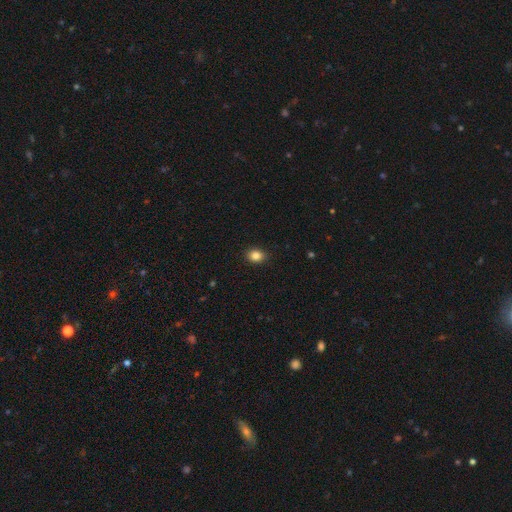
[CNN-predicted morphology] Smooth or featured? Predicted: smooth (p=0.85). How rounded? Predicted: in between (p=0.52). Merging? Predicted: none (p=0.90).